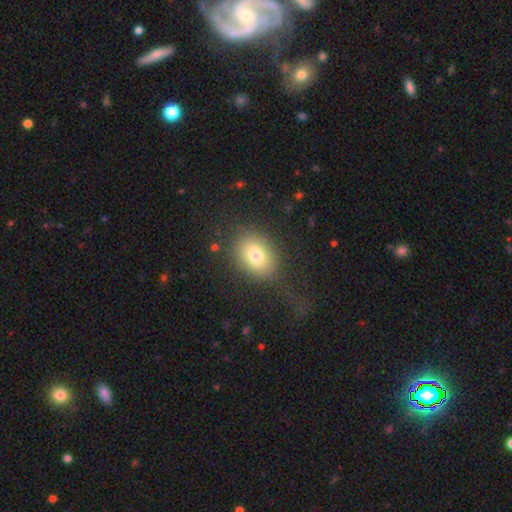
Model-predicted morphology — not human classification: Smooth or featured? smooth (77%)
How rounded? in between (60%)
Merging? none (66%)